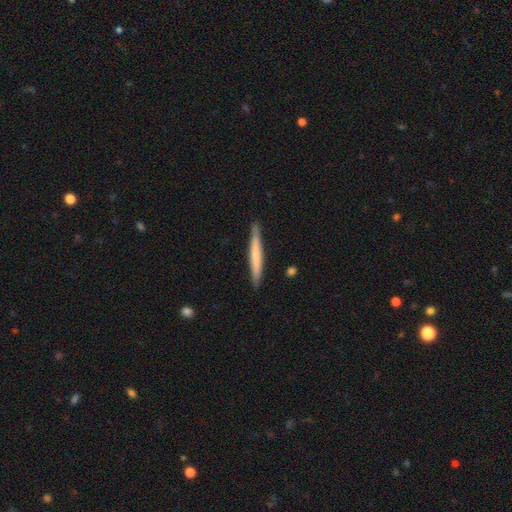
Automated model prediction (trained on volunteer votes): Smooth or featured? Predicted: smooth (p=0.60). How rounded? Predicted: cigar-shaped (p=0.97). Merging? Predicted: none (p=0.89).